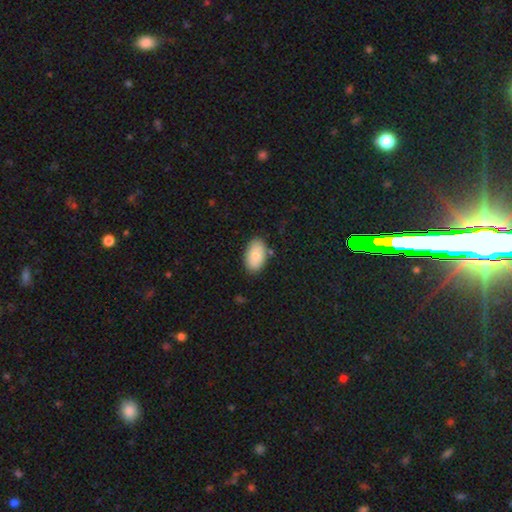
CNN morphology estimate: Smooth or featured: smooth — 84% (featured or disk — 10%)
How rounded: in between — 94% (round — 5%)
Merging: none — 81% (minor disturbance — 14%)